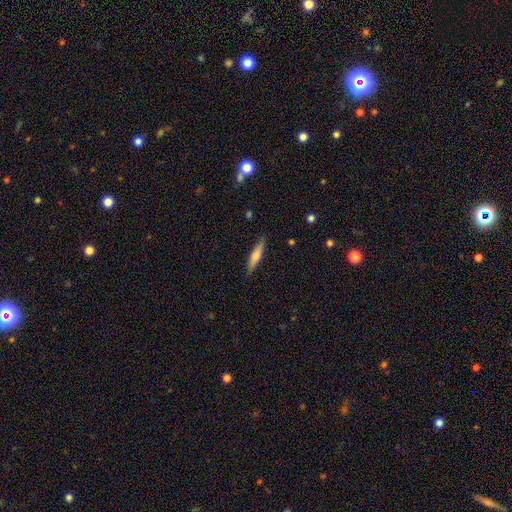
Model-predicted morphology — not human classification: Smooth or featured?
  - smooth: 65% *
  - featured or disk: 30%
  - star or artifact: 6%
How rounded?
  - cigar-shaped: 86% *
  - in between: 12%
  - round: 1%
Merging?
  - none: 88% *
  - minor disturbance: 9%
  - major disturbance: 2%
  - merger: 1%